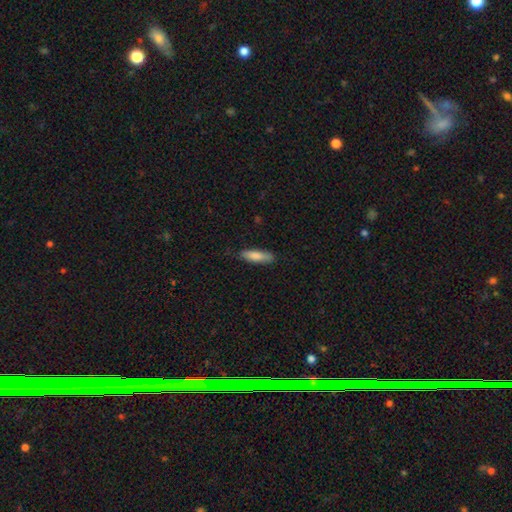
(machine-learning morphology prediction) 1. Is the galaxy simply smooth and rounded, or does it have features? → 83% smooth, 11% featured or disk, 6% star or artifact.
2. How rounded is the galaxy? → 62% cigar-shaped, 37% in between, 2% round.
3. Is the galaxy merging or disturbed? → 80% none, 16% minor disturbance, 3% major disturbance, 1% merger.